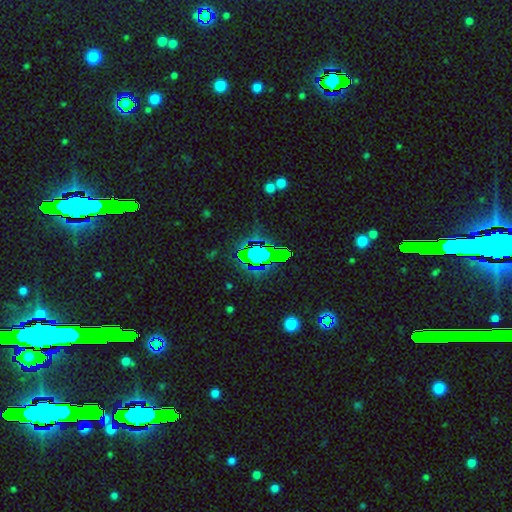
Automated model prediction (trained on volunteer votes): This is likely a star or artifact rather than a galaxy (66%).